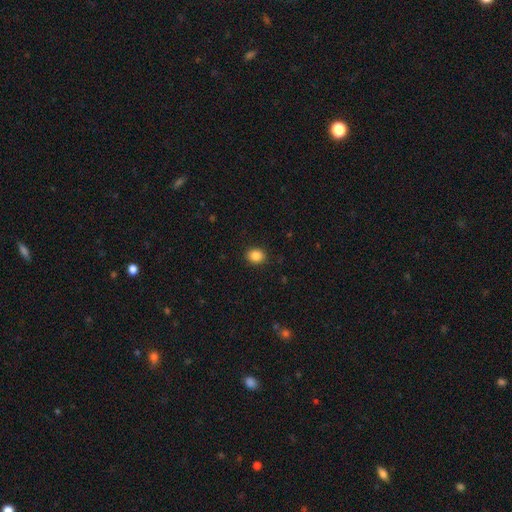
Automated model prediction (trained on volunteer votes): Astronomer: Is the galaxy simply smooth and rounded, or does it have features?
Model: smooth — 86%.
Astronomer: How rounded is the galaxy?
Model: round — 64%.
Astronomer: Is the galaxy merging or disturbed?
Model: none — 90%.